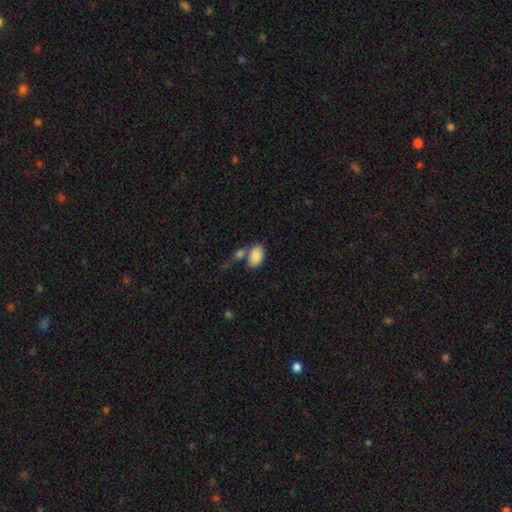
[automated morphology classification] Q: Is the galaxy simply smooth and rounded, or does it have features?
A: smooth — 86%.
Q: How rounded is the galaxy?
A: in between — 91%.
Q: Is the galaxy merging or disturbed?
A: none — 49%.